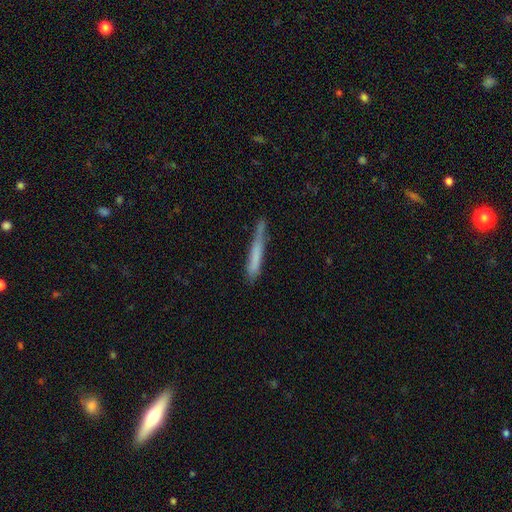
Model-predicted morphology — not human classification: Smooth or featured? smooth (64%)
How rounded? cigar-shaped (96%)
Merging? none (67%)